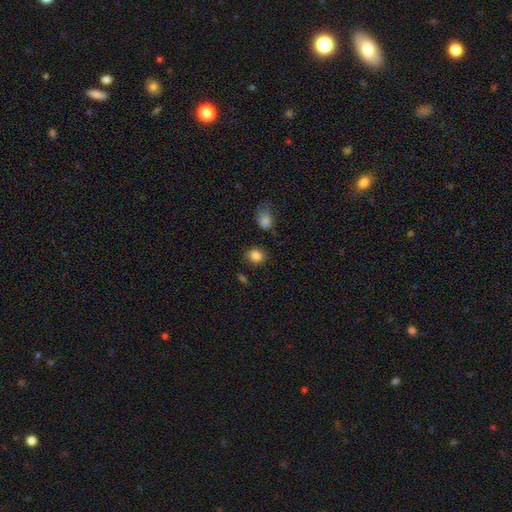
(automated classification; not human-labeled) Smooth or featured? Predicted: smooth (p=0.84). How rounded? Predicted: round (p=0.60). Merging? Predicted: none (p=0.79).